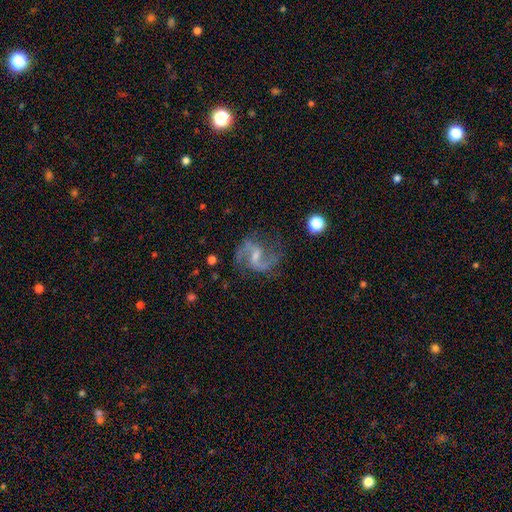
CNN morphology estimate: Overall: featured or disk (89%). Edge-on disk: no (98%). Bar: weak (53%; no 24%). Spiral arms: yes (97%). Spiral arm count: 2 (92%). Spiral winding: loose (51%; medium 41%). Bulge size: small (51%; moderate 29%). Merging: none (72%).